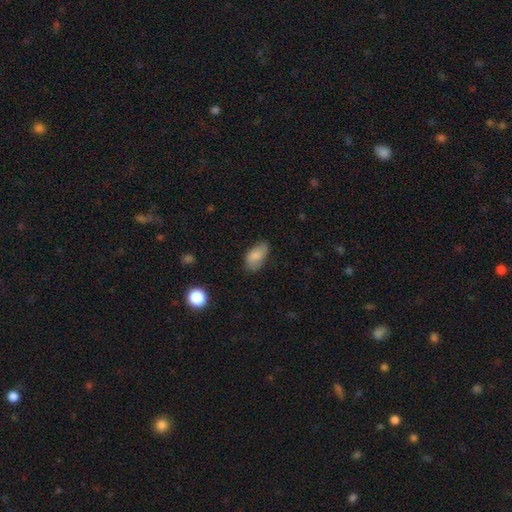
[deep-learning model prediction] smooth_or_featured: smooth (p=0.82) [alt: featured or disk p=0.10]
how_rounded: in between (p=0.92) [alt: round p=0.05]
merging: none (p=0.66) [alt: minor disturbance p=0.27]